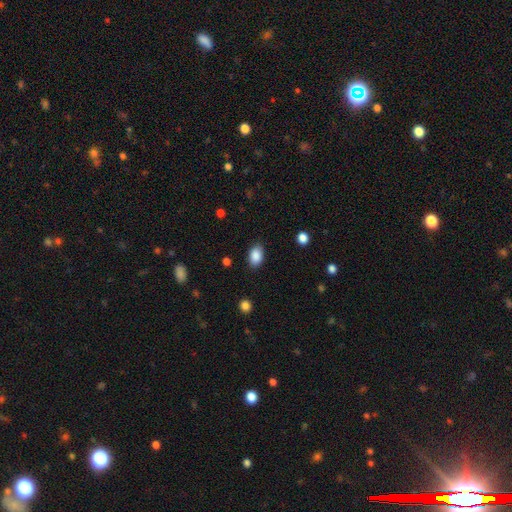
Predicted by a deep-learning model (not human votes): A smooth galaxy with no disk features (88%) that is in between round and cigar-shaped (87%).

Vote fractions:
- Smooth or featured? smooth: 88% / star or artifact: 8% / featured or disk: 4%
- How rounded? in between: 87% / round: 11% / cigar-shaped: 1%
- Merging? none: 84% / minor disturbance: 11% / major disturbance: 3% / merger: 1%